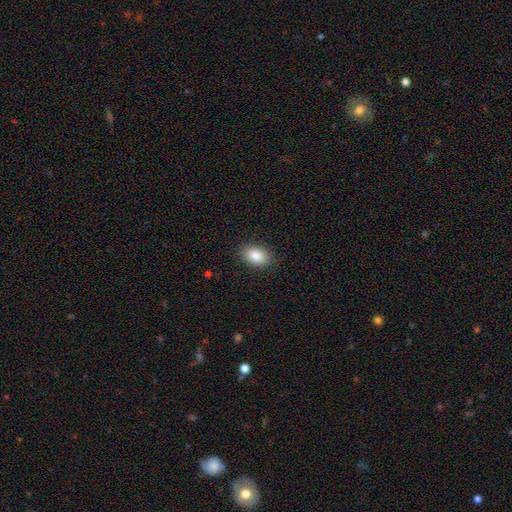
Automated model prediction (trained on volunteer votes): Morphology: type=smooth (86%); roundness=in between (89%); merging=none (88%).